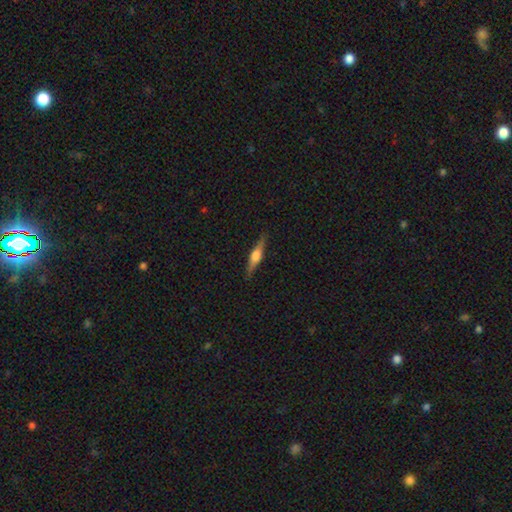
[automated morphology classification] Overall: featured or disk (66%; smooth 28%). Edge-on disk: yes (97%). Edge-on bulge: rounded (85%). Merging: none (89%).